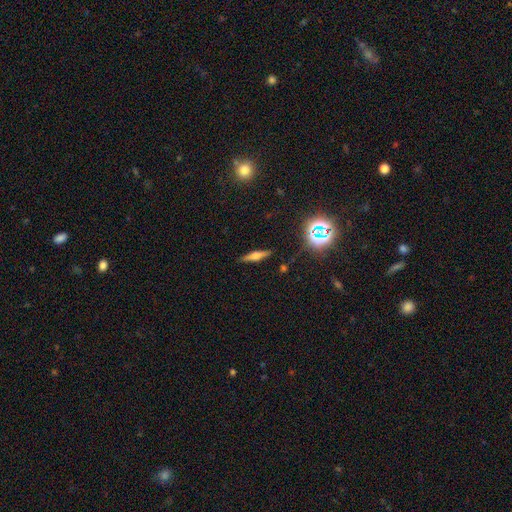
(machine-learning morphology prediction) Smooth or featured?
  - featured or disk: 48% *
  - smooth: 39%
  - star or artifact: 14%
Merging?
  - none: 87% *
  - minor disturbance: 9%
  - major disturbance: 2%
  - merger: 2%